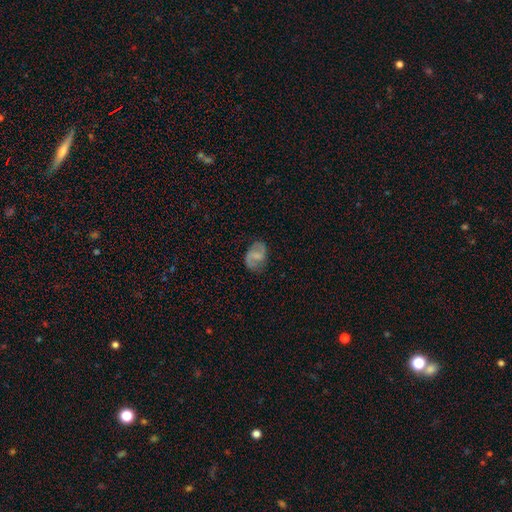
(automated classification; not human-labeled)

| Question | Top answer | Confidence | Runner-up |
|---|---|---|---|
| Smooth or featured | featured or disk | 64% | smooth (28%) |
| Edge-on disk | no | 98% | yes (2%) |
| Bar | weak | 52% | no (31%) |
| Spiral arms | yes | 90% | no (10%) |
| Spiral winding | medium | 48% | loose (36%) |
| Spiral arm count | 2 | 88% | can't tell (6%) |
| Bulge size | none | 36% | small (34%) |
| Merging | none | 75% | minor disturbance (17%) |